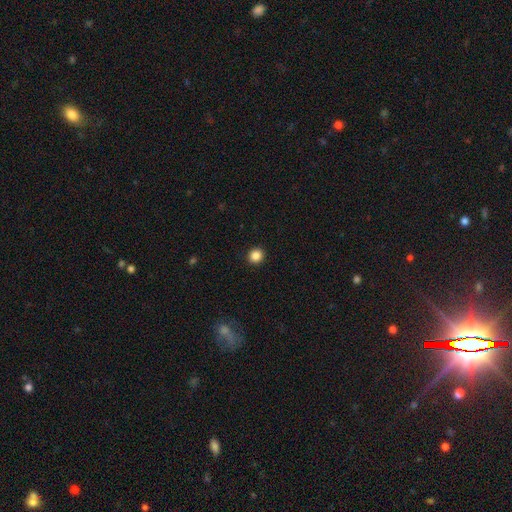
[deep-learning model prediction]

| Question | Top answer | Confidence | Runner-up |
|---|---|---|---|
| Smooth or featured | smooth | 86% | star or artifact (11%) |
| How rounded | round | 90% | in between (9%) |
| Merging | none | 93% | minor disturbance (4%) |